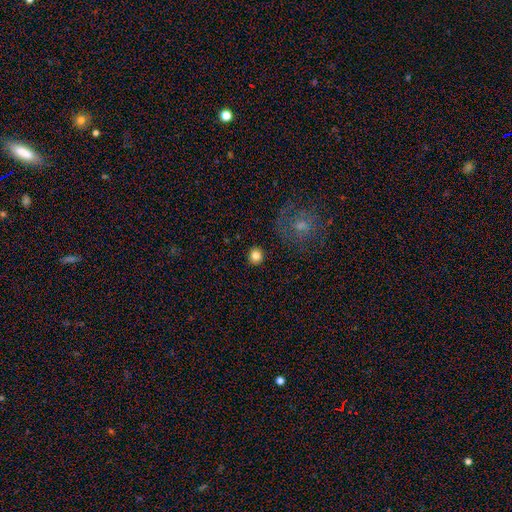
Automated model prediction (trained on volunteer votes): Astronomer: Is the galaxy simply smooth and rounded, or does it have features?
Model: smooth — 82%.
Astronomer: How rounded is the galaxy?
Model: round — 91%.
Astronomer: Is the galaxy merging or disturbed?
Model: none — 91%.